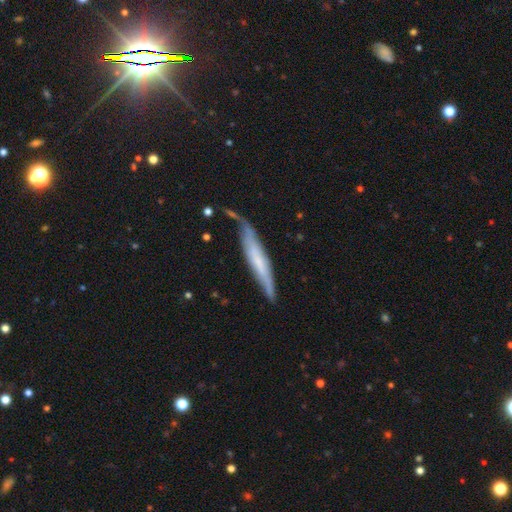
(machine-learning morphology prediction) Overall: featured or disk (52%; smooth 38%). Edge-on disk: yes (82%). Merging: none (71%).